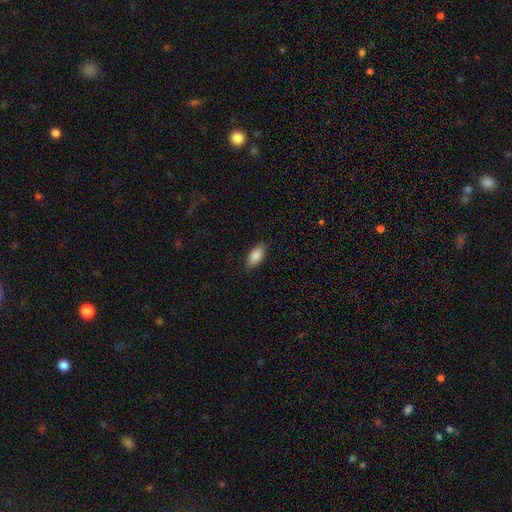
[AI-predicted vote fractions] smooth 88%, star or artifact 6%, featured or disk 6%. Down the decision tree: how rounded — in between (90%); merging — none (86%).